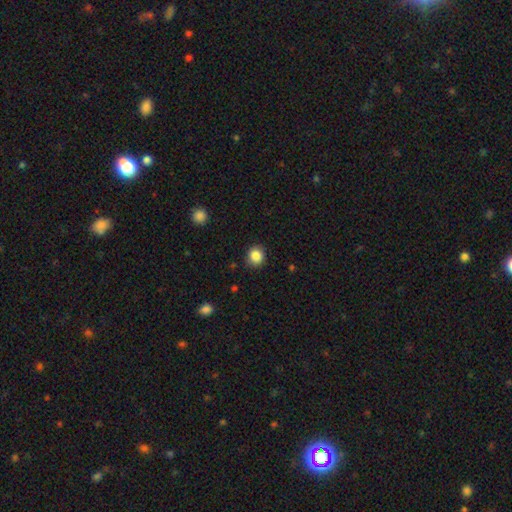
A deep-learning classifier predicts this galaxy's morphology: smooth-or-featured: smooth: 86% | star or artifact: 10% | featured or disk: 4%
  how-rounded: round: 87% | in between: 12% | cigar-shaped: 1%
  merging: none: 87% | minor disturbance: 10% | major disturbance: 2% | merger: 1%